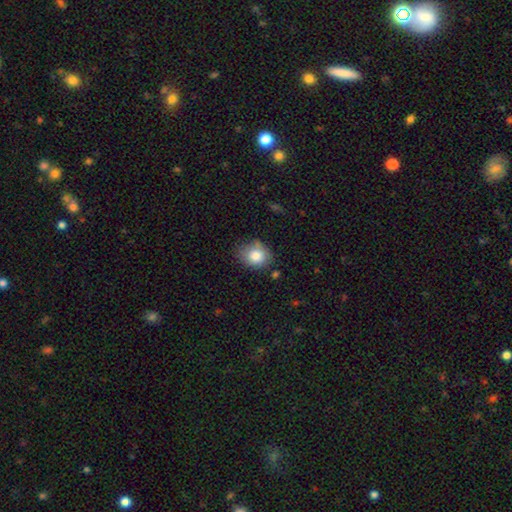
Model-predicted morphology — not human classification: smooth-or-featured: smooth: 83% | featured or disk: 9% | star or artifact: 8%
  how-rounded: round: 57% | in between: 42% | cigar-shaped: 1%
  merging: none: 62% | minor disturbance: 26% | major disturbance: 7% | merger: 5%